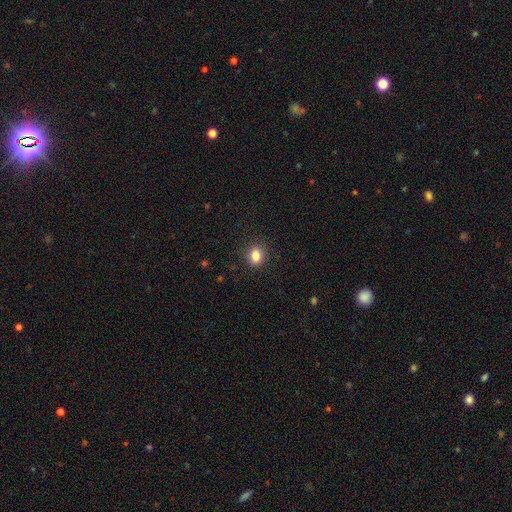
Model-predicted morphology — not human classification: Smooth or featured?
  - smooth: 84% *
  - star or artifact: 11%
  - featured or disk: 6%
How rounded?
  - round: 57% *
  - in between: 42%
  - cigar-shaped: 1%
Merging?
  - none: 89% *
  - minor disturbance: 8%
  - major disturbance: 2%
  - merger: 1%